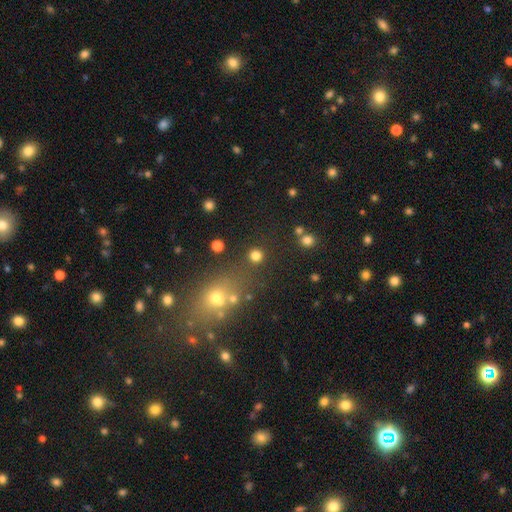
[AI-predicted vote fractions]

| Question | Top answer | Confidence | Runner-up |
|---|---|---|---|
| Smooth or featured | smooth | 79% | star or artifact (16%) |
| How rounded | round | 92% | in between (7%) |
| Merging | none | 85% | minor disturbance (6%) |